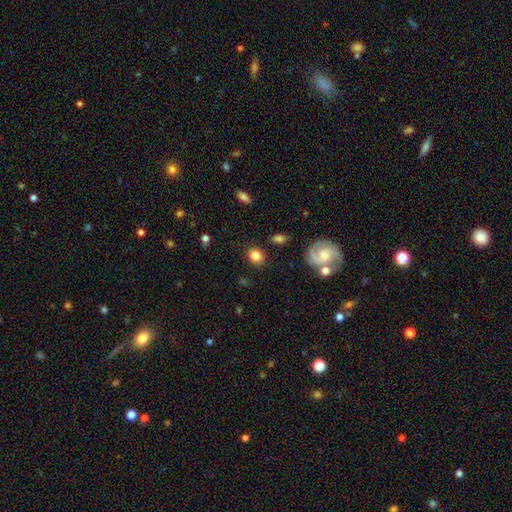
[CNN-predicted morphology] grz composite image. It shows a smooth galaxy with no disk features (82%) that is round (64%). Merging: none (86%).